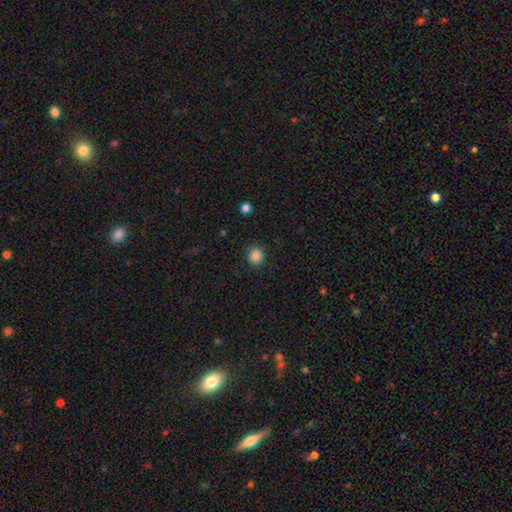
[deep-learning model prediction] Smooth or featured?
  - smooth: 86% *
  - star or artifact: 11%
  - featured or disk: 4%
How rounded?
  - round: 92% *
  - in between: 7%
  - cigar-shaped: 1%
Merging?
  - none: 90% *
  - minor disturbance: 6%
  - major disturbance: 2%
  - merger: 1%